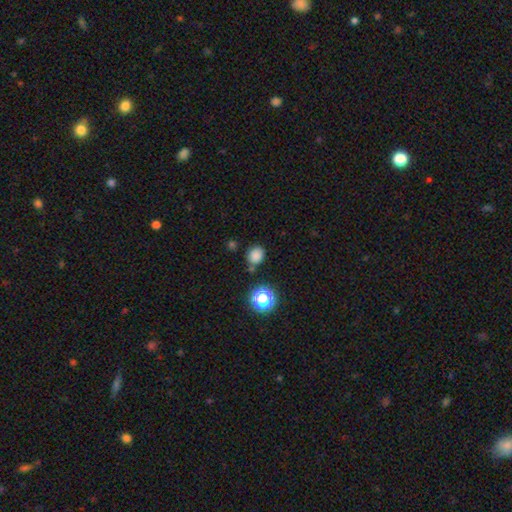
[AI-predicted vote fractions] smooth-or-featured: smooth: 80% | star or artifact: 16% | featured or disk: 5%
  how-rounded: round: 68% | in between: 31% | cigar-shaped: 1%
  merging: none: 76% | minor disturbance: 14% | merger: 6% | major disturbance: 4%